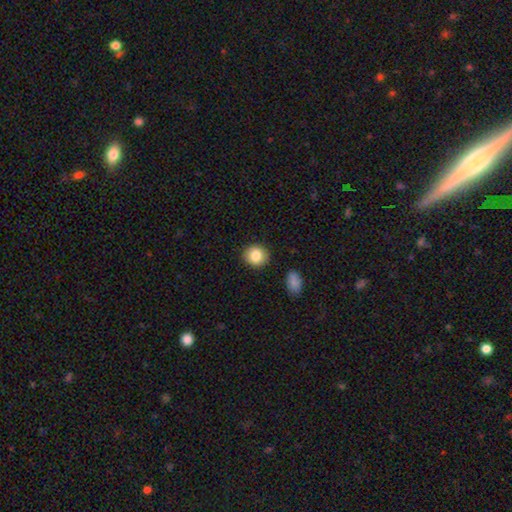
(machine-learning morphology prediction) Smooth or featured: smooth — 85% (star or artifact — 8%)
How rounded: round — 82% (in between — 17%)
Merging: none — 89% (minor disturbance — 7%)